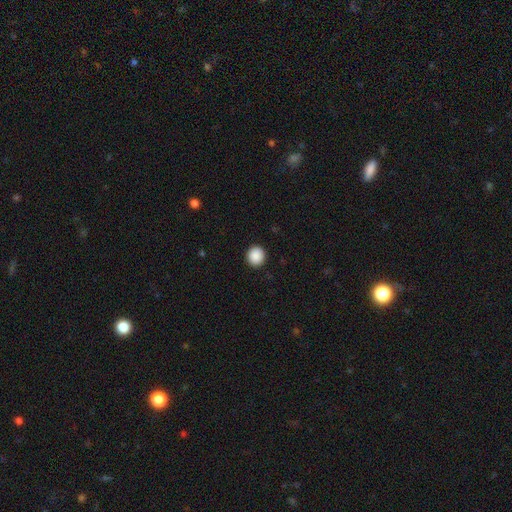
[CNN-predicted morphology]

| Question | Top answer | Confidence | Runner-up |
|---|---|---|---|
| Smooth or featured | smooth | 90% | star or artifact (8%) |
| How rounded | round | 92% | in between (7%) |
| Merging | none | 93% | minor disturbance (5%) |